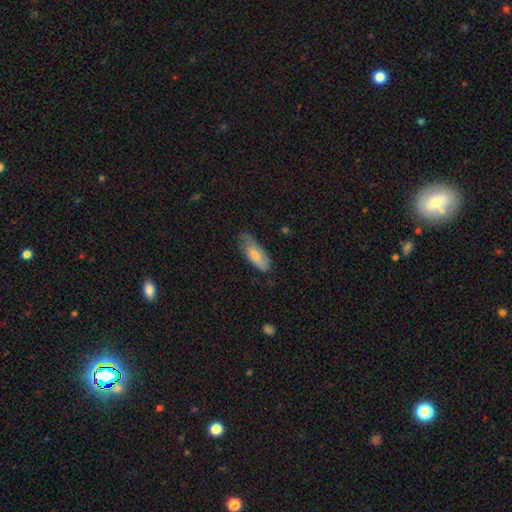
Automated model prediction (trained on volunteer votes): This appears to be a smooth galaxy with no disk features (72%) that is in between round and cigar-shaped (75%). Merging: none (54%).